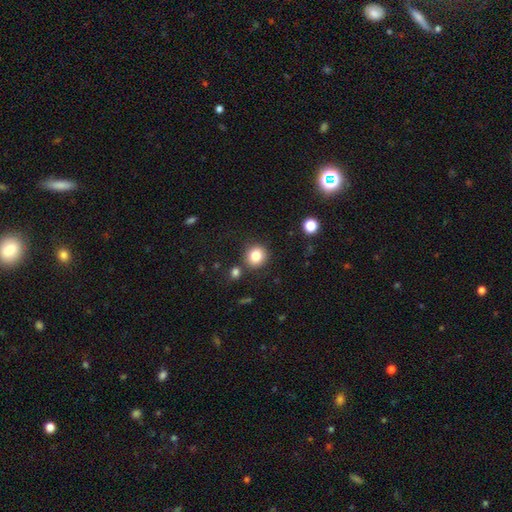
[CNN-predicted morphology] Smooth or featured: smooth — 83% (star or artifact — 11%)
How rounded: round — 87% (in between — 12%)
Merging: none — 84% (minor disturbance — 8%)